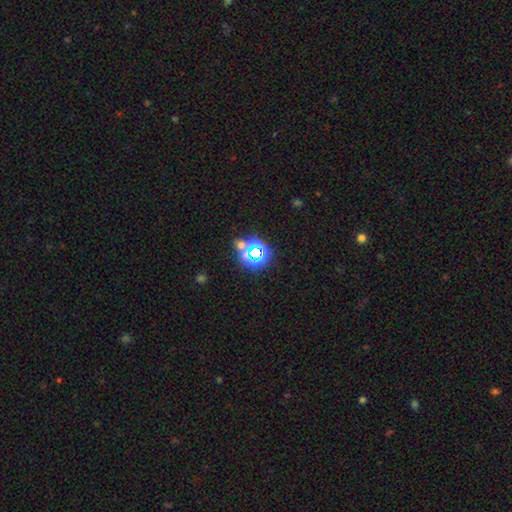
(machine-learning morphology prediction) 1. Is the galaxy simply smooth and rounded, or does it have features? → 64% star or artifact, 25% smooth, 10% featured or disk.